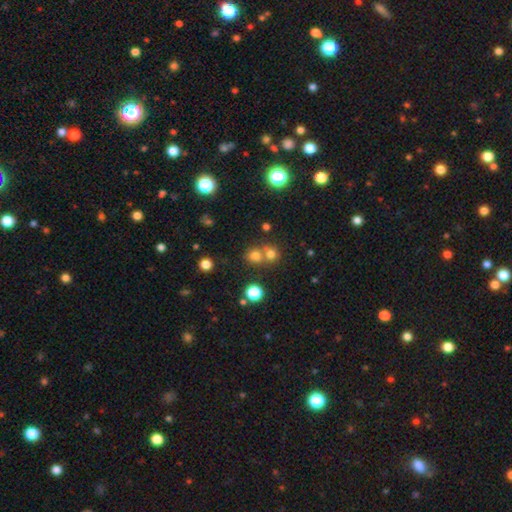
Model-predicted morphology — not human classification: This appears to be a smooth galaxy with no disk features (70%) that is round (77%). Merging: none (49%).